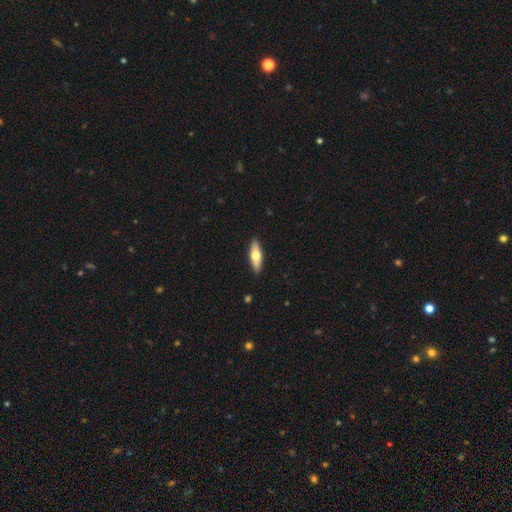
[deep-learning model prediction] smooth 58%, featured or disk 37%, star or artifact 5%. Down the decision tree: how rounded — in between (53%); merging — none (90%).